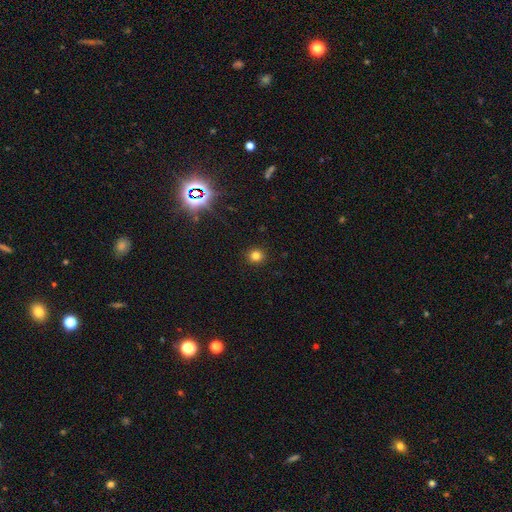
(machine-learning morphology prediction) smooth-or-featured: smooth: 78% | star or artifact: 16% | featured or disk: 6%
  how-rounded: round: 91% | in between: 8% | cigar-shaped: 1%
  merging: none: 92% | minor disturbance: 5% | major disturbance: 2% | merger: 1%